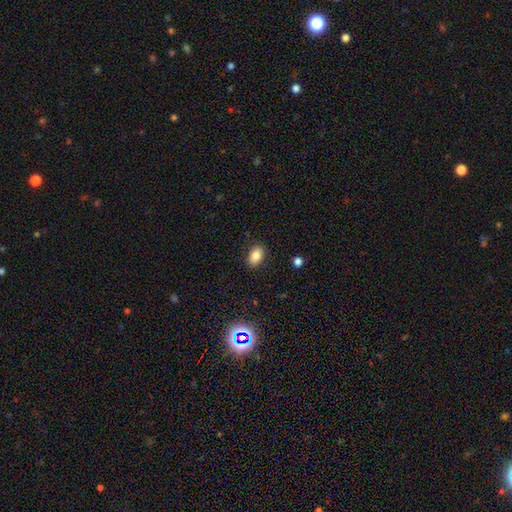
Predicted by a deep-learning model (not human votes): smooth 83%, star or artifact 10%, featured or disk 7%. Down the decision tree: how rounded — in between (85%); merging — none (87%).